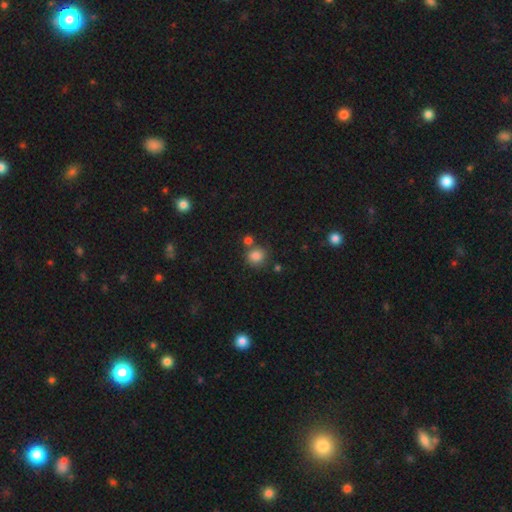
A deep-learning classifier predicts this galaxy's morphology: Smooth or featured: smooth — 83% (star or artifact — 12%)
How rounded: round — 85% (in between — 14%)
Merging: none — 70% (merger — 15%)